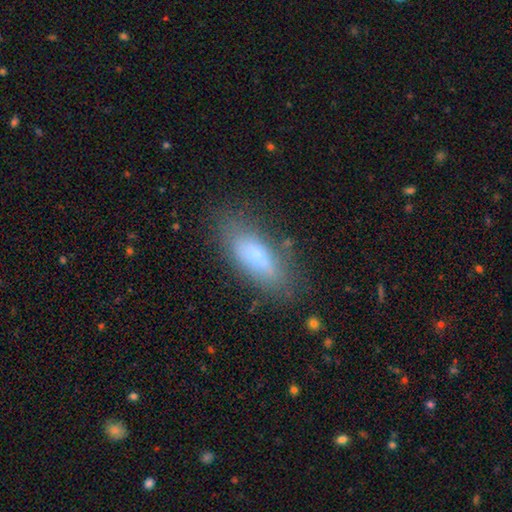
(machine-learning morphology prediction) This appears to be a smooth galaxy with no disk features (74%) that is in between round and cigar-shaped (67%). Merging: none (72%).